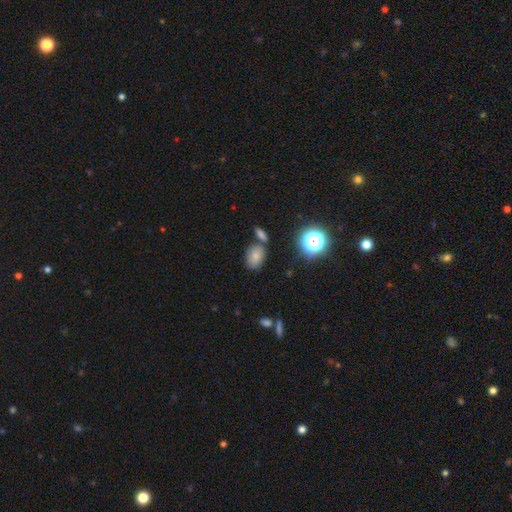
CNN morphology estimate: This appears to be a smooth galaxy with no disk features (75%) that is in between round and cigar-shaped (83%). Merging: none (65%).